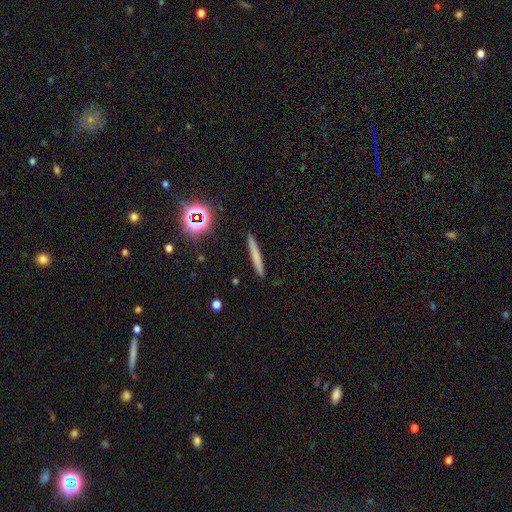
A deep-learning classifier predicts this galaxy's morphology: Smooth or featured?
  - smooth: 66% *
  - featured or disk: 23%
  - star or artifact: 11%
How rounded?
  - cigar-shaped: 96% *
  - in between: 3%
  - round: 2%
Merging?
  - none: 91% *
  - minor disturbance: 6%
  - major disturbance: 2%
  - merger: 1%